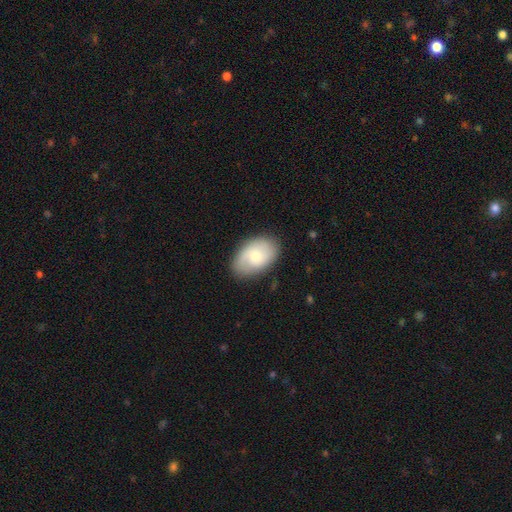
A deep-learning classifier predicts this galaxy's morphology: Smooth or featured? Predicted: smooth (p=0.55). How rounded? Predicted: in between (p=0.88). Merging? Predicted: none (p=0.82).